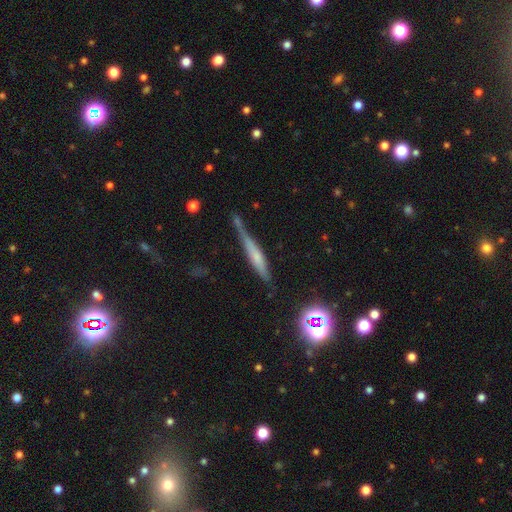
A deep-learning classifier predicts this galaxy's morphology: A featured or disk galaxy (47%). Merging: none (55%).